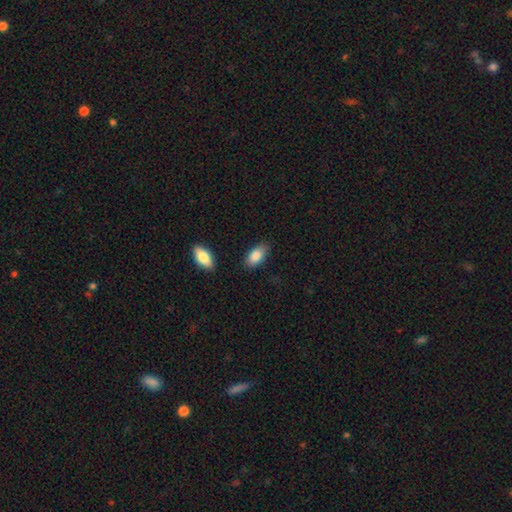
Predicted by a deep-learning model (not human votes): Smooth or featured?
  - smooth: 85% *
  - featured or disk: 8%
  - star or artifact: 6%
How rounded?
  - in between: 92% *
  - cigar-shaped: 4%
  - round: 3%
Merging?
  - none: 82% *
  - minor disturbance: 12%
  - merger: 3%
  - major disturbance: 3%